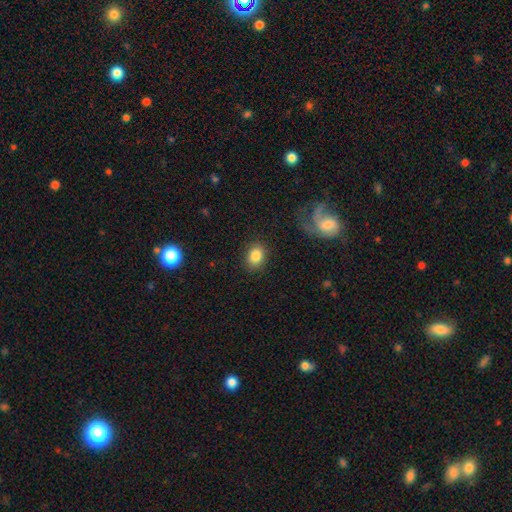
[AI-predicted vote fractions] Smooth or featured?
  - smooth: 85% *
  - star or artifact: 8%
  - featured or disk: 7%
How rounded?
  - in between: 61% *
  - round: 38%
  - cigar-shaped: 1%
Merging?
  - none: 86% *
  - minor disturbance: 10%
  - major disturbance: 3%
  - merger: 2%